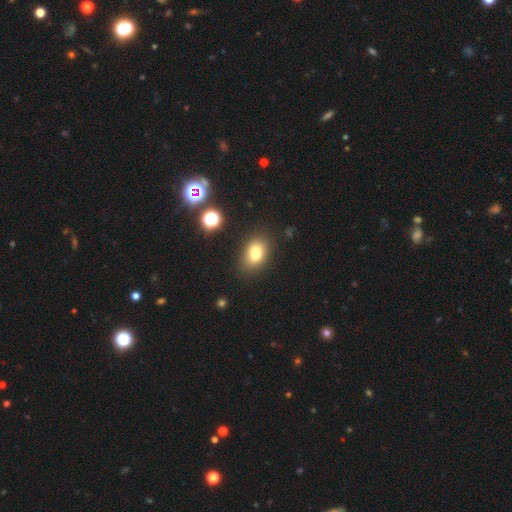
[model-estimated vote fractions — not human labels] Smooth or featured? smooth (78%)
How rounded? in between (76%)
Merging? none (69%)